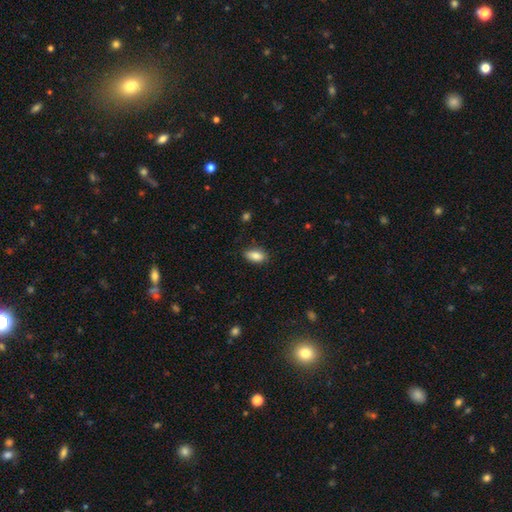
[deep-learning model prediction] A smooth galaxy with no disk features (85%) that is in between round and cigar-shaped (89%).

Vote fractions:
- Smooth or featured? smooth: 85% / featured or disk: 8% / star or artifact: 7%
- How rounded? in between: 89% / cigar-shaped: 7% / round: 4%
- Merging? none: 85% / minor disturbance: 11% / major disturbance: 2% / merger: 1%